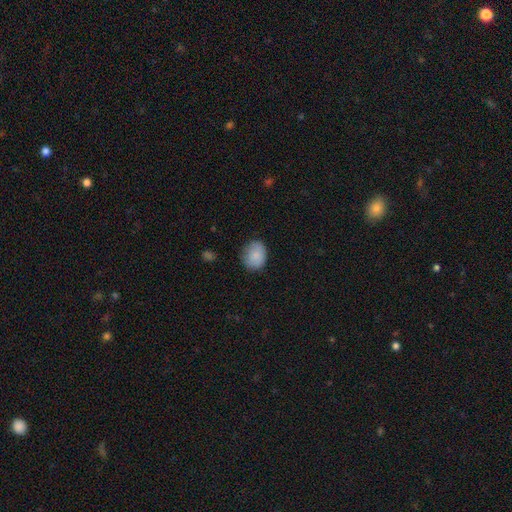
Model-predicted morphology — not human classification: Overall: smooth (86%). How rounded: round (55%; in between 44%). Merging: none (74%).